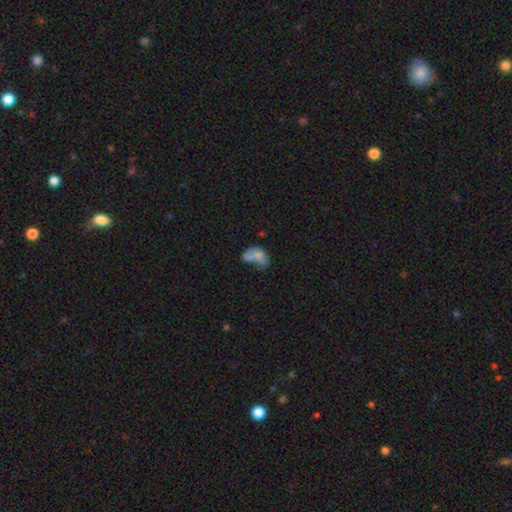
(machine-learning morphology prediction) A smooth galaxy with no disk features (63%) that is in between round and cigar-shaped (85%). Merging: merger (43%).